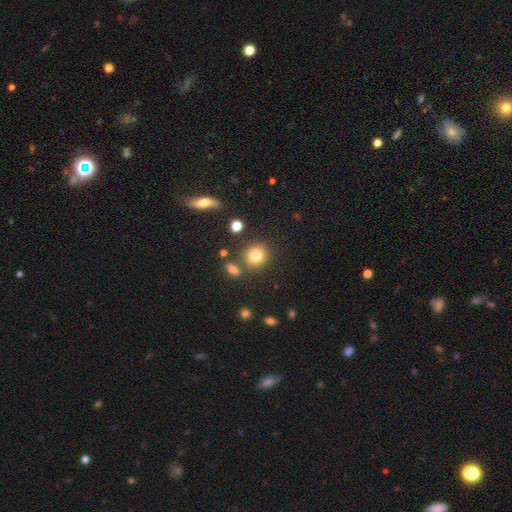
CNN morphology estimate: Smooth or featured? Predicted: smooth (p=0.80). How rounded? Predicted: round (p=0.83). Merging? Predicted: none (p=0.78).